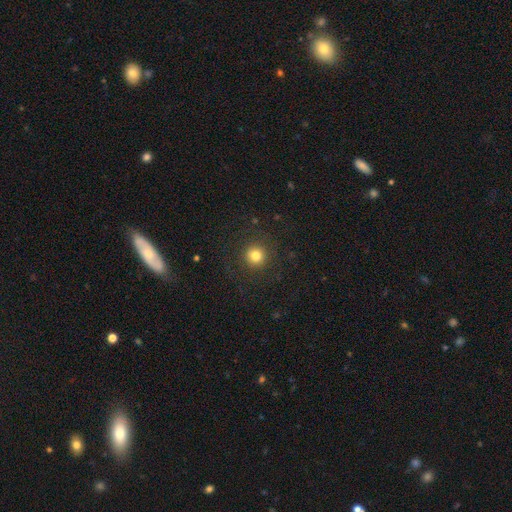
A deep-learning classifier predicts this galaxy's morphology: The model was most divided on "smooth or featured": smooth: 79%, star or artifact: 14%, featured or disk: 7%. More confident: how rounded — round (95%); merging — none (89%).